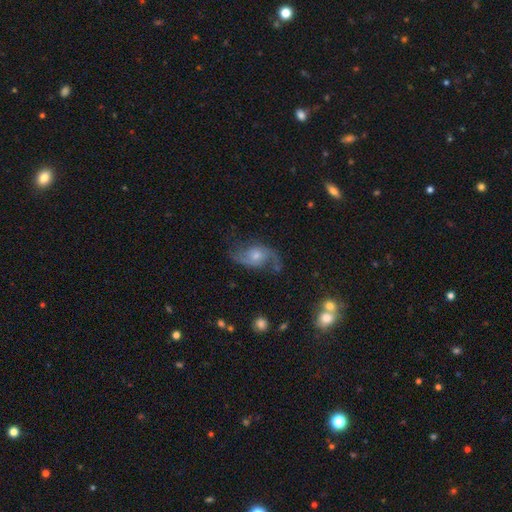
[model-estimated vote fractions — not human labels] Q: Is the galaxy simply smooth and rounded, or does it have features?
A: featured or disk — 82%.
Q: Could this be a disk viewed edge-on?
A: no — 96%.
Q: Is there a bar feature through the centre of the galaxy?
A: no — 67%.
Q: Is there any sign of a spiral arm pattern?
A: yes — 95%.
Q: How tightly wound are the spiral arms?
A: loose — 63%.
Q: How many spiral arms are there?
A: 2 — 91%.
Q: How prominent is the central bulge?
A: moderate — 46%.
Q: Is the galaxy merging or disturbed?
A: none — 66%.